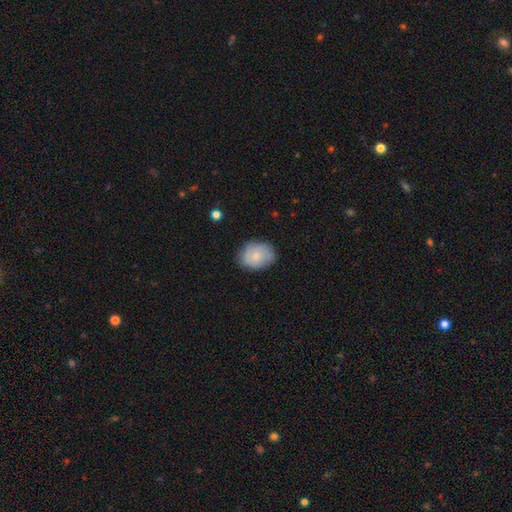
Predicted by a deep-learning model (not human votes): Smooth or featured? smooth (71%)
How rounded? in between (57%)
Merging? none (74%)